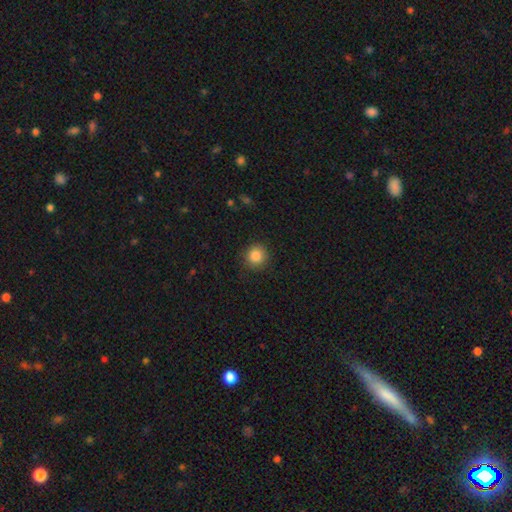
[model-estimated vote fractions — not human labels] smooth-or-featured: smooth: 85% | star or artifact: 10% | featured or disk: 5%
  how-rounded: round: 93% | in between: 6% | cigar-shaped: 1%
  merging: none: 89% | minor disturbance: 8% | major disturbance: 2% | merger: 1%